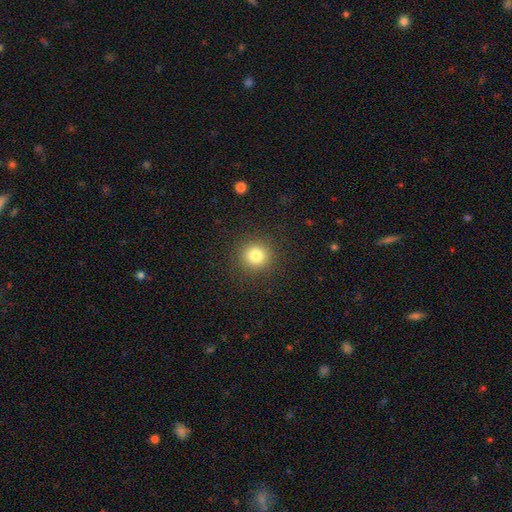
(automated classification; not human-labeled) This appears to be a smooth galaxy with no disk features (80%) that is round (93%). Merging: none (90%).